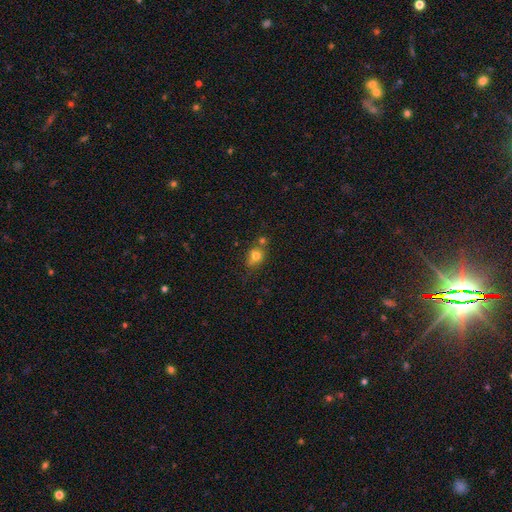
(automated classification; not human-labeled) Smooth or featured? smooth (75%)
How rounded? round (63%)
Merging? none (52%)